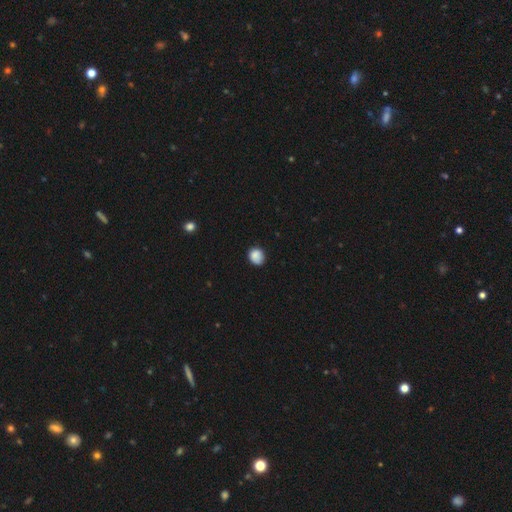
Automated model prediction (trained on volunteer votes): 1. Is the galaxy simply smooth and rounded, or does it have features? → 84% smooth, 9% star or artifact, 7% featured or disk.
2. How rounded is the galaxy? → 71% round, 28% in between, 1% cigar-shaped.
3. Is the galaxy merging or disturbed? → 71% none, 22% minor disturbance, 5% major disturbance, 2% merger.